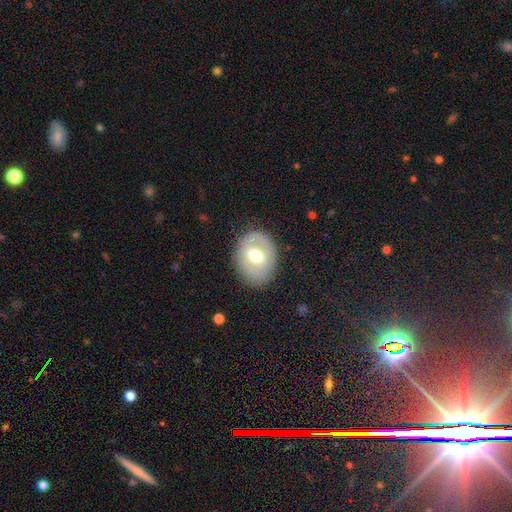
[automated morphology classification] Q: Smooth or featured?
A: featured or disk (48%); runner-up: smooth (45%)
Q: Merging?
A: none (82%); runner-up: minor disturbance (12%)